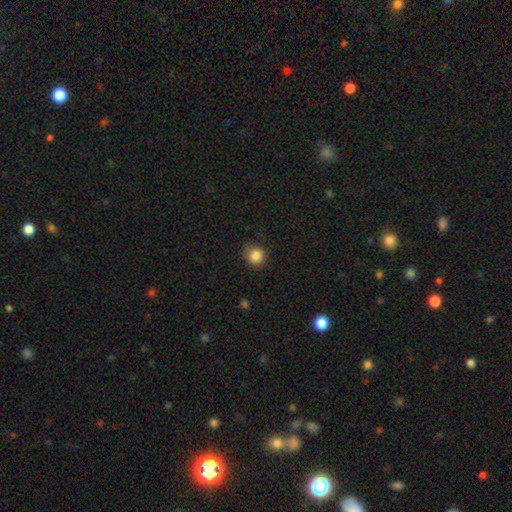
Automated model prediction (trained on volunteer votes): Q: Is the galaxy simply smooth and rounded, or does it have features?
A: smooth — 85%.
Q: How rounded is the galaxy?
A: round — 81%.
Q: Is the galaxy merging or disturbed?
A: none — 71%.